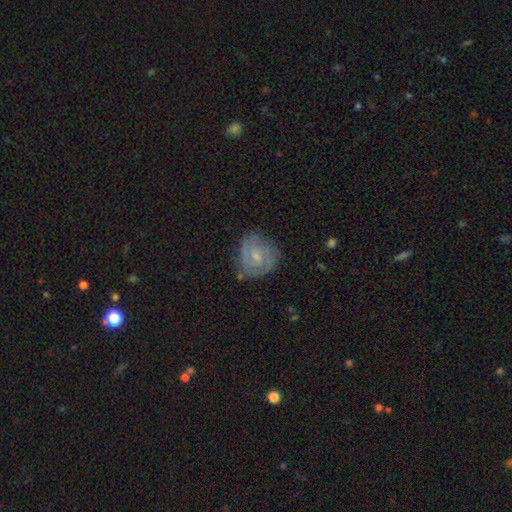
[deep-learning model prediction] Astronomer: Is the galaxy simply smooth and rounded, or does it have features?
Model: featured or disk — 74%.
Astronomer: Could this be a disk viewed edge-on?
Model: no — 98%.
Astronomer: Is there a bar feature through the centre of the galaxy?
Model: weak — 51% (runner-up: no, 42%).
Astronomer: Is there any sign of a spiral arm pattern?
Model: yes — 93%.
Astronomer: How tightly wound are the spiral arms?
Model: tight — 61%.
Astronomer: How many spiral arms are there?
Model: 2 — 61%.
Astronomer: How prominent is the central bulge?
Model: small — 59%.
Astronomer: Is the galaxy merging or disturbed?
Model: none — 75%.